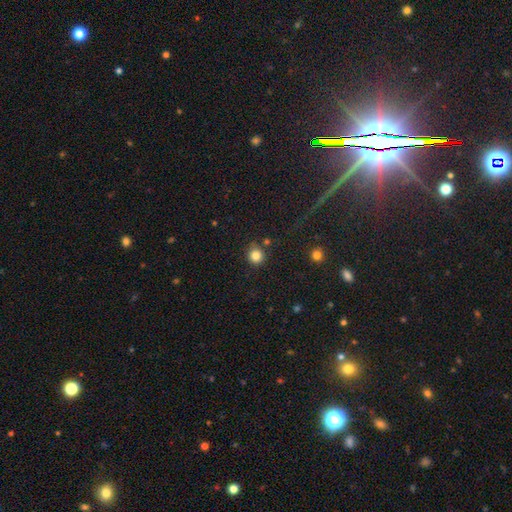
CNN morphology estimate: smooth 83%, star or artifact 12%, featured or disk 5%. Down the decision tree: how rounded — round (92%); merging — none (82%).